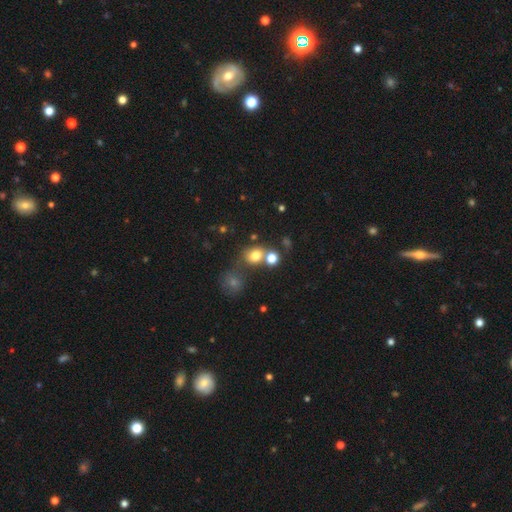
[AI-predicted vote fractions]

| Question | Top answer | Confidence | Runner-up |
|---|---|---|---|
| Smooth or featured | smooth | 75% | star or artifact (16%) |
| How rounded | round | 66% | in between (33%) |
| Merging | none | 57% | merger (26%) |